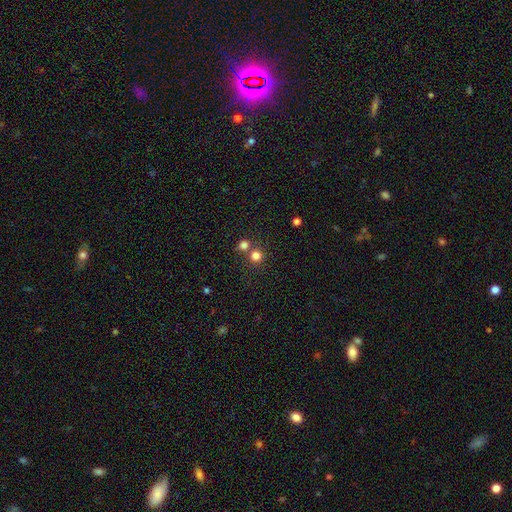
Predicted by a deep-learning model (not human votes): smooth 80%, star or artifact 15%, featured or disk 6%. Down the decision tree: how rounded — round (93%); merging — none (65%).